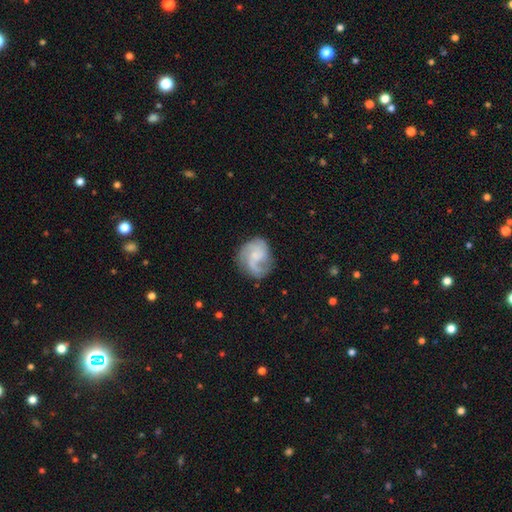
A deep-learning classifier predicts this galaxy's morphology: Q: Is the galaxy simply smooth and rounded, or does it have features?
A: featured or disk — 77%.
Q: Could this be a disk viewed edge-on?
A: no — 98%.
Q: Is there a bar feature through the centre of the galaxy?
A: no — 60%.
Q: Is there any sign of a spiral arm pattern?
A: yes — 95%.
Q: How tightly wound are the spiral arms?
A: medium — 49%.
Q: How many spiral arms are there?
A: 2 — 39%.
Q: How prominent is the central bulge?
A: small — 41%.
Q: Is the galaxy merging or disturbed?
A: none — 68%.